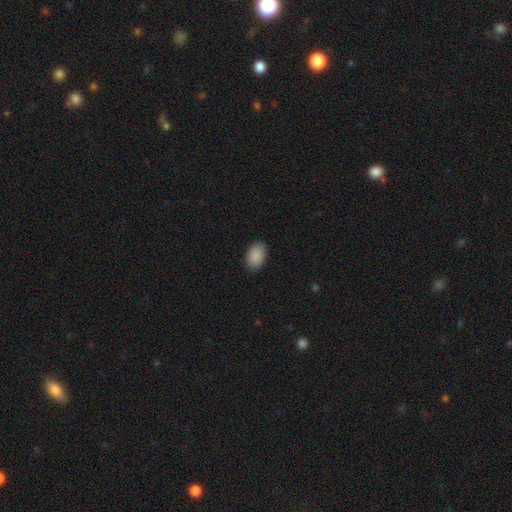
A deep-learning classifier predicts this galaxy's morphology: smooth 90%, star or artifact 7%, featured or disk 4%. Down the decision tree: how rounded — in between (90%); merging — none (87%).